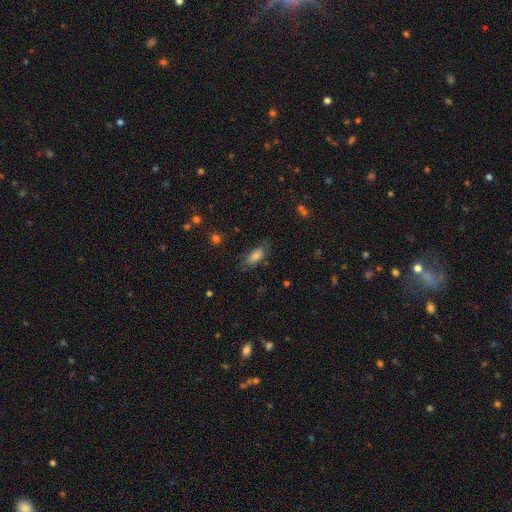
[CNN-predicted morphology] smooth 71%, featured or disk 18%, star or artifact 11%. Down the decision tree: how rounded — in between (78%); merging — none (72%).